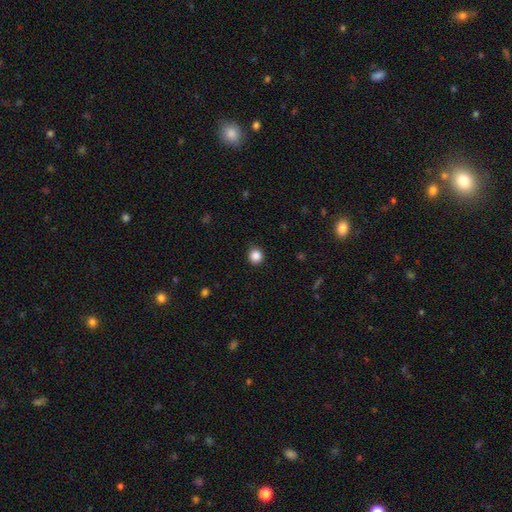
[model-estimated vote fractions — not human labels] Smooth or featured: smooth — 86% (star or artifact — 11%)
How rounded: round — 88% (in between — 11%)
Merging: none — 88% (minor disturbance — 9%)